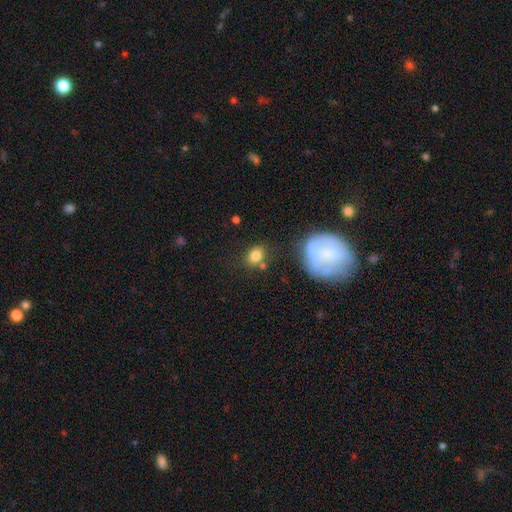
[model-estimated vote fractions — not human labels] Smooth or featured?
  - smooth: 81% *
  - star or artifact: 10%
  - featured or disk: 9%
How rounded?
  - in between: 65% *
  - round: 34%
  - cigar-shaped: 2%
Merging?
  - none: 70% *
  - minor disturbance: 16%
  - merger: 10%
  - major disturbance: 5%